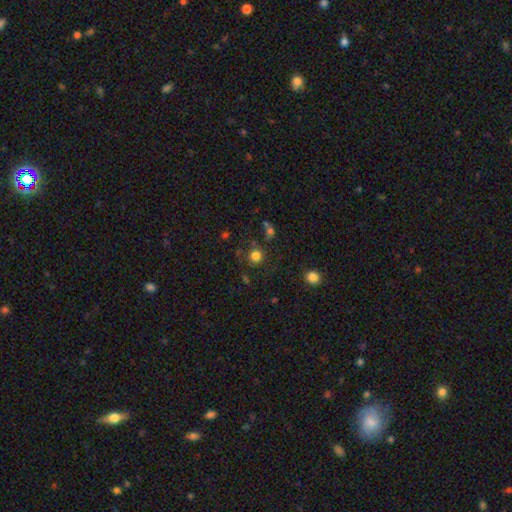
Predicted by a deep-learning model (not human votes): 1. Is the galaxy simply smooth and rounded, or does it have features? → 79% smooth, 15% star or artifact, 6% featured or disk.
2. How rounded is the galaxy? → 91% round, 8% in between, 1% cigar-shaped.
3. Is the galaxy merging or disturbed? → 79% none, 11% minor disturbance, 5% merger, 5% major disturbance.